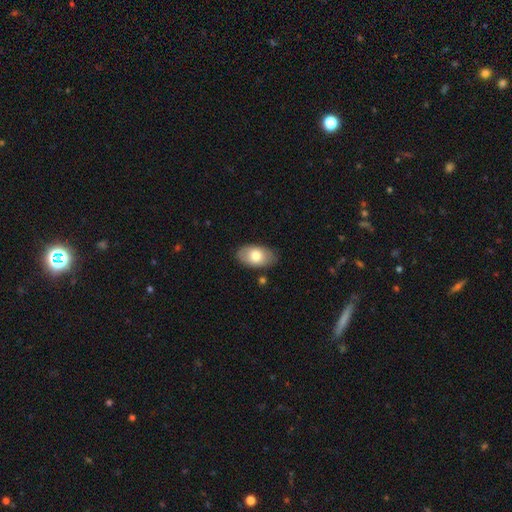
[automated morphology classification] Smooth or featured?
  - smooth: 74% *
  - featured or disk: 20%
  - star or artifact: 6%
How rounded?
  - in between: 93% *
  - round: 5%
  - cigar-shaped: 1%
Merging?
  - none: 83% *
  - minor disturbance: 12%
  - major disturbance: 2%
  - merger: 2%